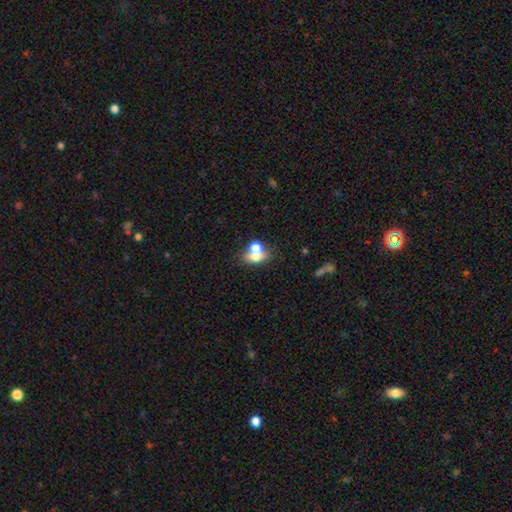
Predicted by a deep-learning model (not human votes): smooth_or_featured: smooth (p=0.62) [alt: featured or disk p=0.22]
how_rounded: in between (p=0.59) [alt: round p=0.37]
merging: merger (p=0.53) [alt: none p=0.31]